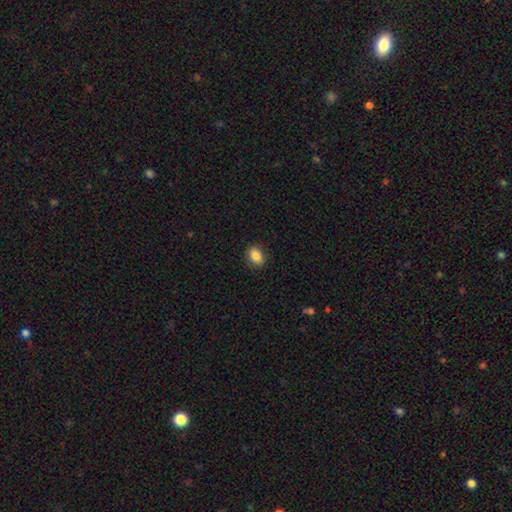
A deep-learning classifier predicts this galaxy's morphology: A smooth galaxy with no disk features (87%) that is in between round and cigar-shaped (71%). Merging: none (88%).